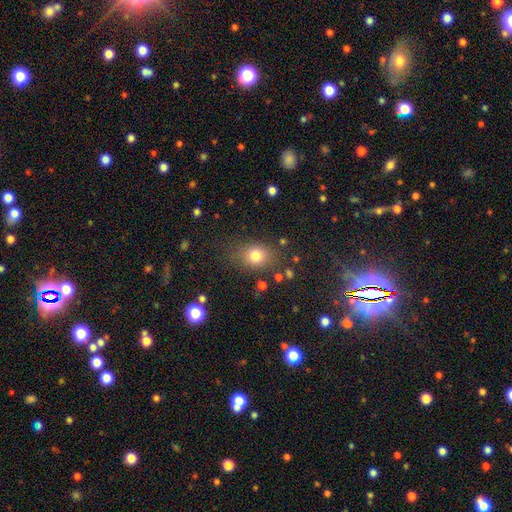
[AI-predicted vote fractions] Overall: smooth (78%). How rounded: round (52%; in between 47%). Merging: none (78%).